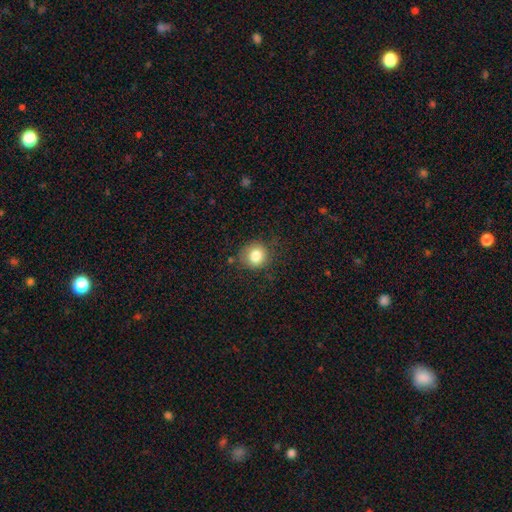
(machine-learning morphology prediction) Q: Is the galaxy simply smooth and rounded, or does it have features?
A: smooth — 83%.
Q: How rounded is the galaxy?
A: round — 87%.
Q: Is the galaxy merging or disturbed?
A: none — 79%.